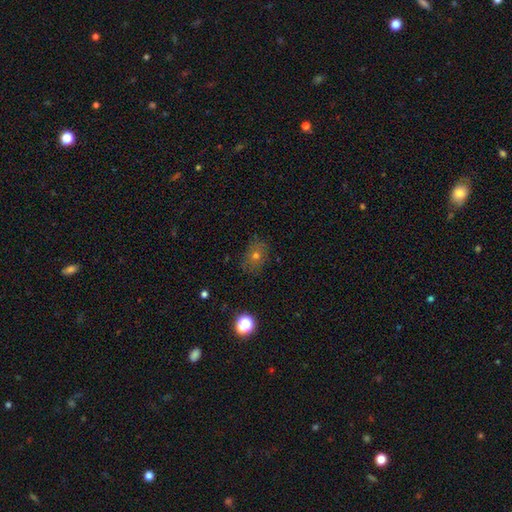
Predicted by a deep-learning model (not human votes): smooth 59%, star or artifact 22%, featured or disk 19%. Down the decision tree: how rounded — round (50%); merging — none (79%).